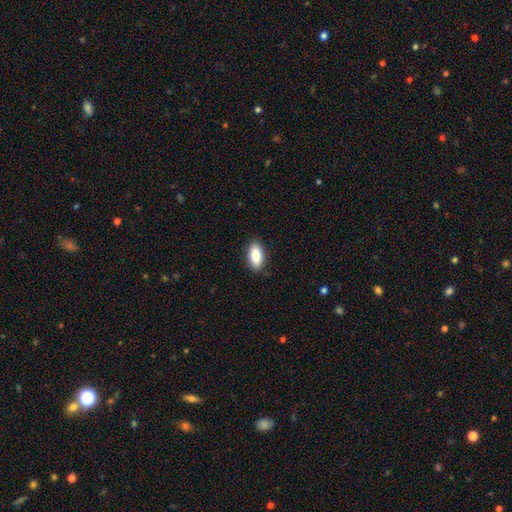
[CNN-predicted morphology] Q: Smooth or featured?
A: smooth (87%); runner-up: featured or disk (7%)
Q: How rounded?
A: in between (91%); runner-up: cigar-shaped (7%)
Q: Merging?
A: none (88%); runner-up: minor disturbance (9%)